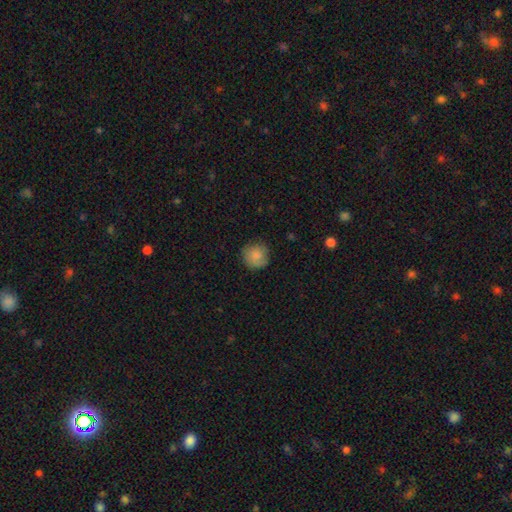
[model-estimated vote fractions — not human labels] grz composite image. It shows a smooth galaxy with no disk features (84%) that is round (92%). Merging: none (81%).